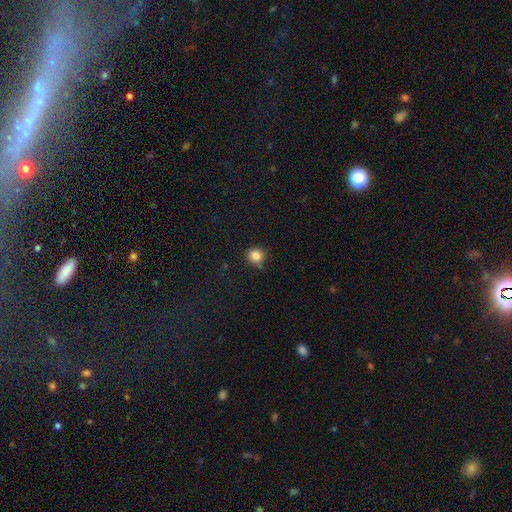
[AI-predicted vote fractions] This is clearly a smooth galaxy (84%). How rounded: clearly round (89%). Merging: likely none (76%).